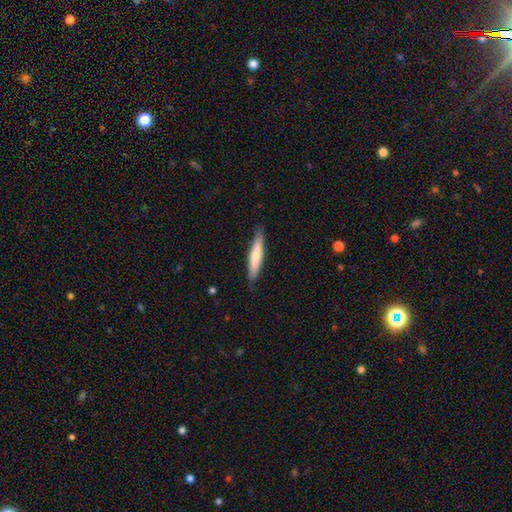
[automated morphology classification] Smooth or featured?
  - smooth: 67% *
  - featured or disk: 28%
  - star or artifact: 5%
How rounded?
  - cigar-shaped: 88% *
  - in between: 11%
  - round: 1%
Merging?
  - none: 84% *
  - minor disturbance: 13%
  - major disturbance: 2%
  - merger: 1%